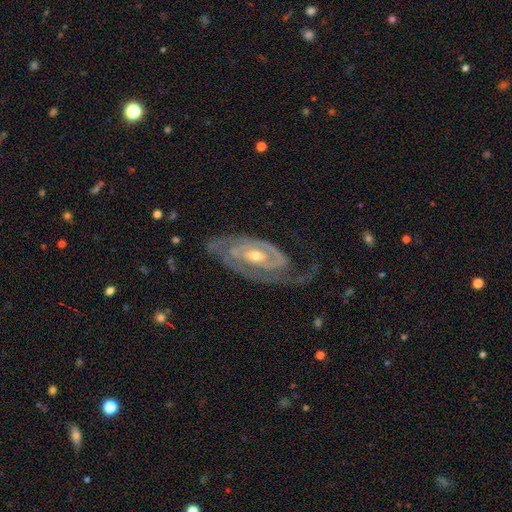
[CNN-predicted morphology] Smooth or featured? Predicted: featured or disk (p=0.91). Edge-on disk? Predicted: no (p=0.94). Bar? Predicted: no (p=0.44). Spiral arms? Predicted: yes (p=0.96). Spiral winding? Predicted: tight (p=0.63). Spiral arm count? Predicted: 2 (p=0.70). Bulge size? Predicted: moderate (p=0.56). Merging? Predicted: none (p=0.67).